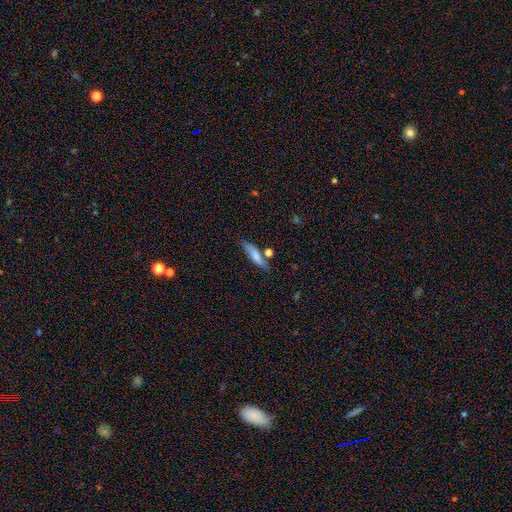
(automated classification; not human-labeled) smooth 70%, featured or disk 23%, star or artifact 7%. Down the decision tree: how rounded — cigar-shaped (73%); merging — none (71%).